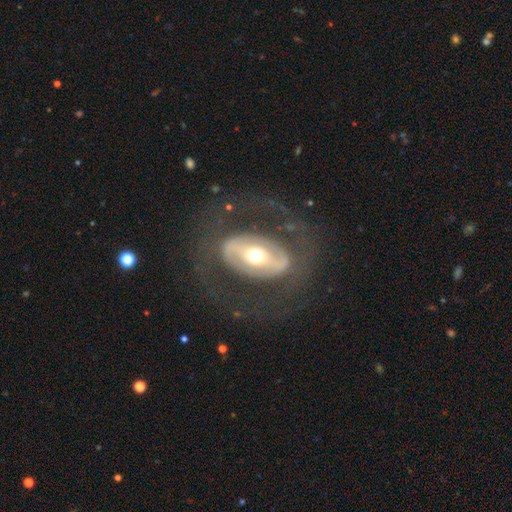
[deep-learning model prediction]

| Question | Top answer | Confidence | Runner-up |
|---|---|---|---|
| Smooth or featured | featured or disk | 72% | smooth (22%) |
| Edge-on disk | no | 92% | yes (8%) |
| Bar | strong | 39% | no (34%) |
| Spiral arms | no | 51% | yes (49%) |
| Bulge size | moderate | 69% | small (15%) |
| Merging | none | 69% | major disturbance (16%) |